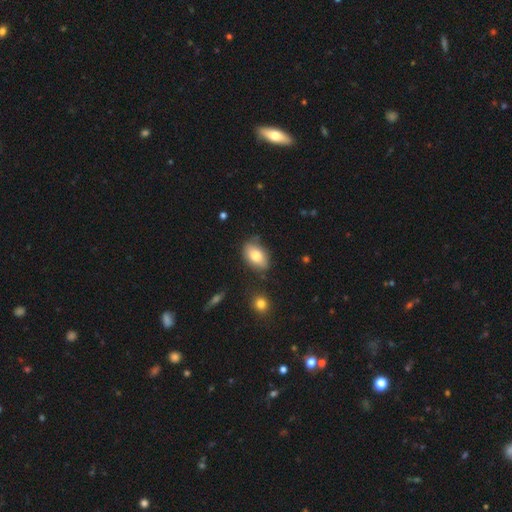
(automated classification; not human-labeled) Smooth or featured? smooth (78%)
How rounded? in between (89%)
Merging? none (78%)